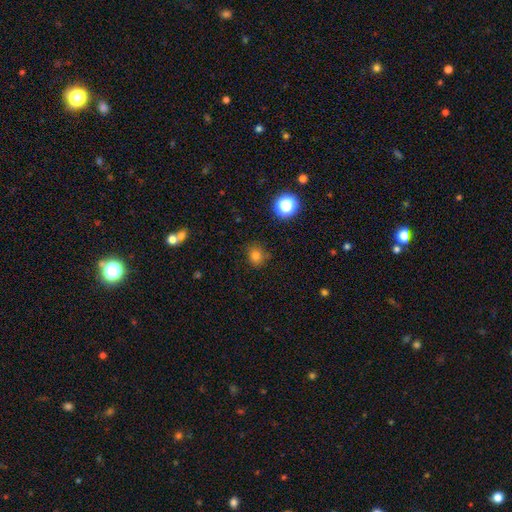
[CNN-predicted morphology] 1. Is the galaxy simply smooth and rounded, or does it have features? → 77% smooth, 17% star or artifact, 6% featured or disk.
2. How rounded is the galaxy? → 76% round, 23% in between, 1% cigar-shaped.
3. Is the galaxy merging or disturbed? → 82% none, 12% minor disturbance, 3% major disturbance, 2% merger.